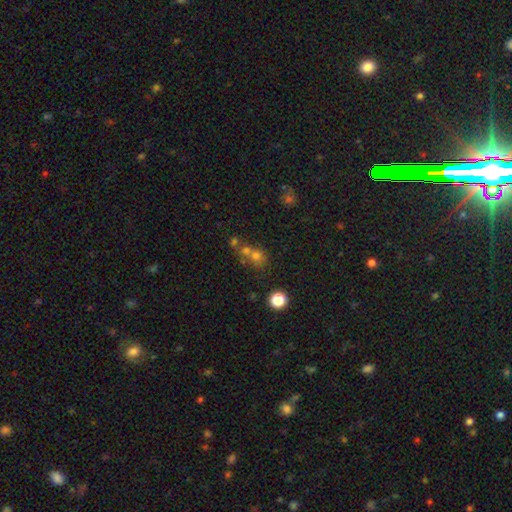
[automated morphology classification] Smooth or featured? Predicted: smooth (p=0.66). How rounded? Predicted: round (p=0.80). Merging? Predicted: merger (p=0.47).